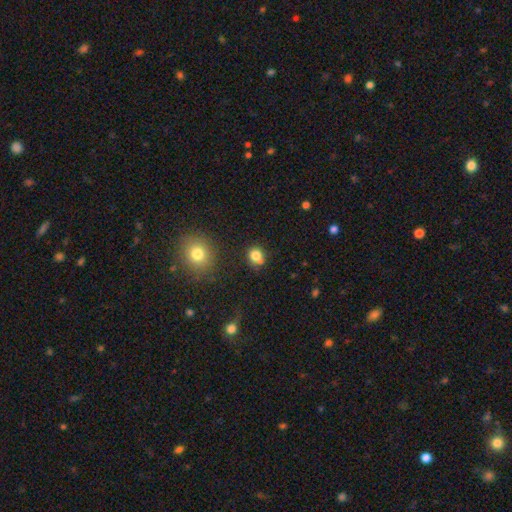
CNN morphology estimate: Smooth or featured? Predicted: smooth (p=0.80). How rounded? Predicted: round (p=0.69). Merging? Predicted: none (p=0.64).